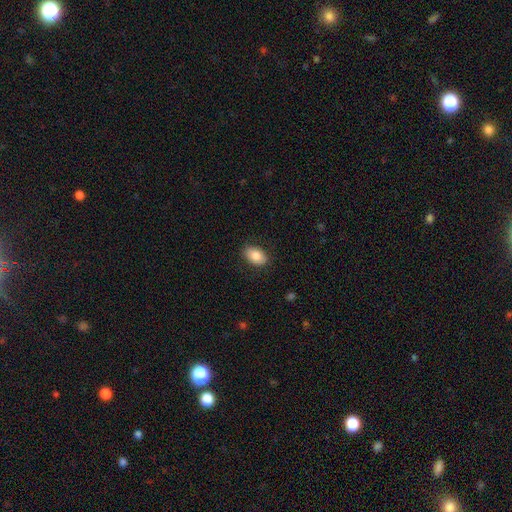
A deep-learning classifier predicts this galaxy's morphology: smooth-or-featured: smooth: 83% | featured or disk: 10% | star or artifact: 7%
  how-rounded: in between: 87% | round: 12% | cigar-shaped: 1%
  merging: none: 85% | minor disturbance: 11% | major disturbance: 3% | merger: 1%